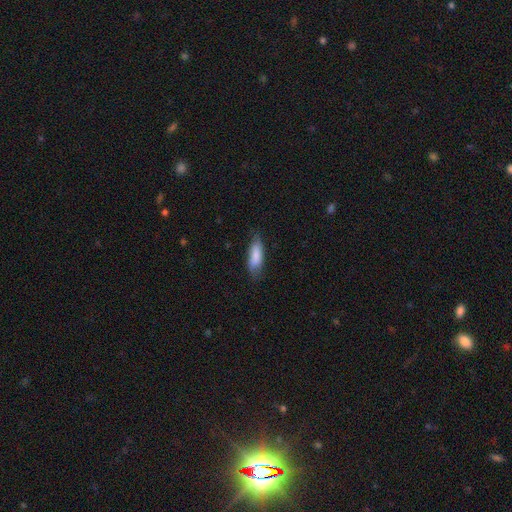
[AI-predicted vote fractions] Morphology: type=smooth (81%); roundness=in between (63%); merging=none (69%).